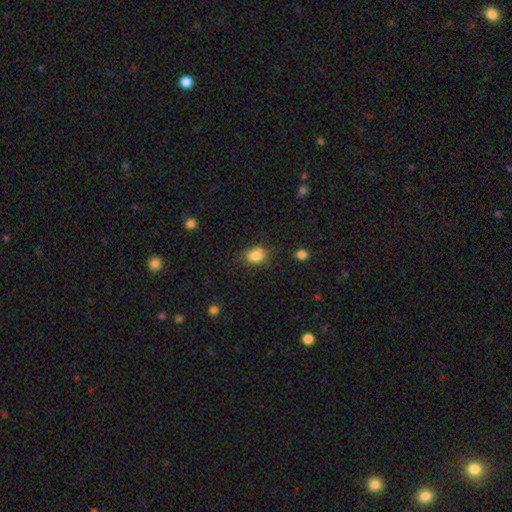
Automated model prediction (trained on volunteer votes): A smooth galaxy with no disk features (83%) that is in between round and cigar-shaped (60%). Merging: none (67%).